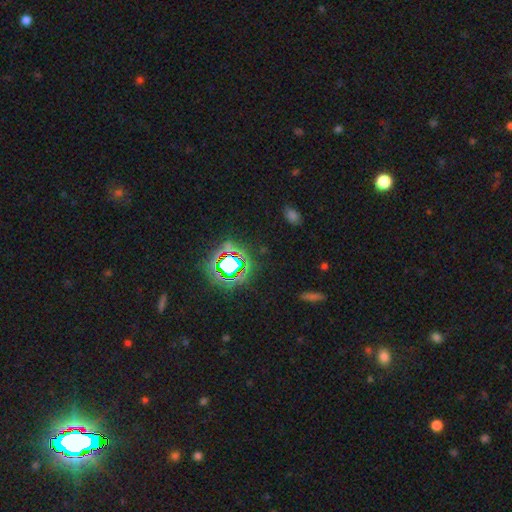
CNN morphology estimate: smooth-or-featured: star or artifact: 78% | smooth: 14% | featured or disk: 8%